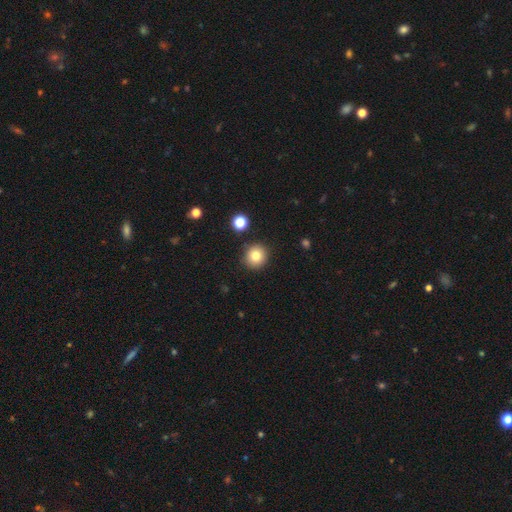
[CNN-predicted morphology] Smooth or featured? Predicted: smooth (p=0.80). How rounded? Predicted: round (p=0.92). Merging? Predicted: none (p=0.88).